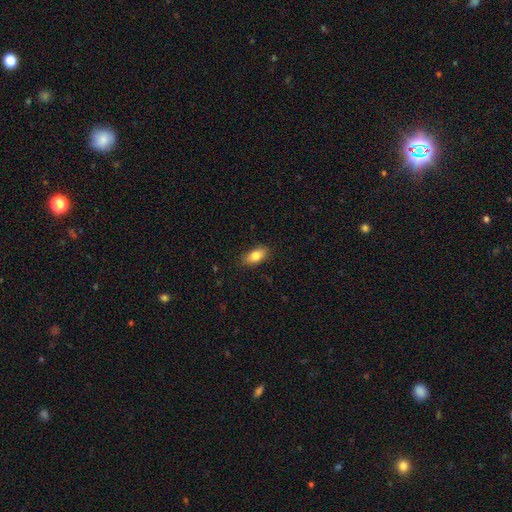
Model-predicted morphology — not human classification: A smooth galaxy with no disk features (82%) that is in between round and cigar-shaped (89%).

Vote fractions:
- Smooth or featured? smooth: 82% / featured or disk: 10% / star or artifact: 8%
- How rounded? in between: 89% / cigar-shaped: 6% / round: 5%
- Merging? none: 85% / minor disturbance: 11% / major disturbance: 2% / merger: 1%